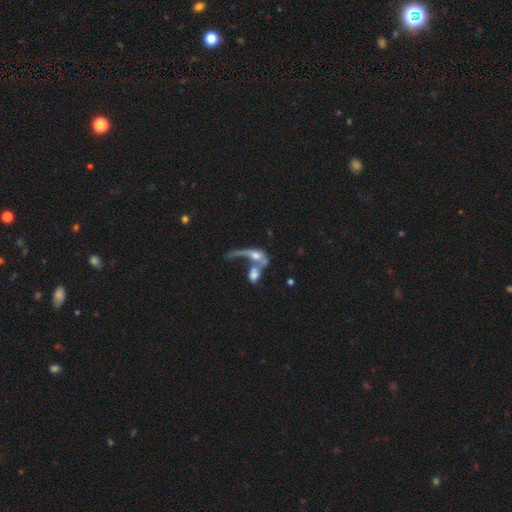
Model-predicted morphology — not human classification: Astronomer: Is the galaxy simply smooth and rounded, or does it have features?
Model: featured or disk — 44% (runner-up: smooth, 30%).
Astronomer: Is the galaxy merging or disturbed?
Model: merger — 51% (runner-up: none, 27%).